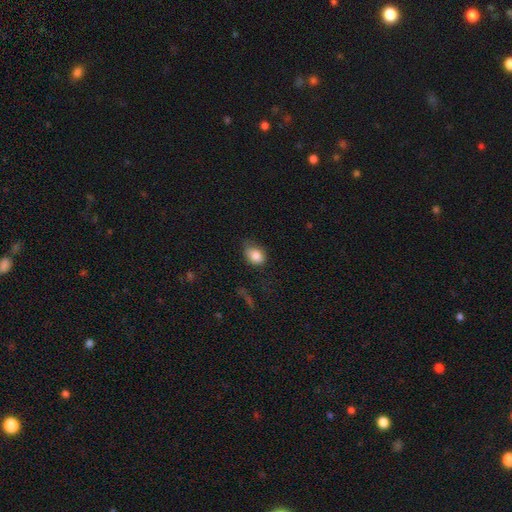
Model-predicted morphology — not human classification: Smooth or featured: smooth — 83% (star or artifact — 9%)
How rounded: in between — 67% (round — 32%)
Merging: none — 53% (minor disturbance — 33%)